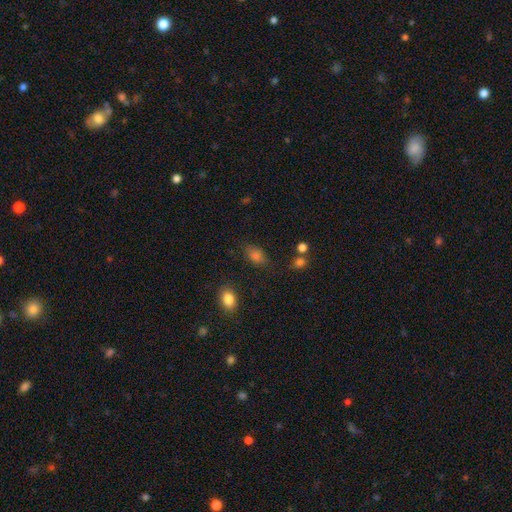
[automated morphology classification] This appears to be a smooth galaxy with no disk features (78%) that is in between round and cigar-shaped (83%). Merging: none (75%).